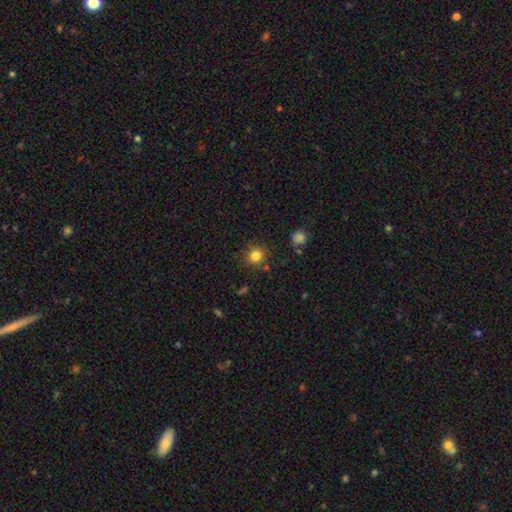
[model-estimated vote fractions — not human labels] The model was most divided on "smooth or featured": smooth: 83%, star or artifact: 12%, featured or disk: 5%. More confident: how rounded — round (90%); merging — none (85%).